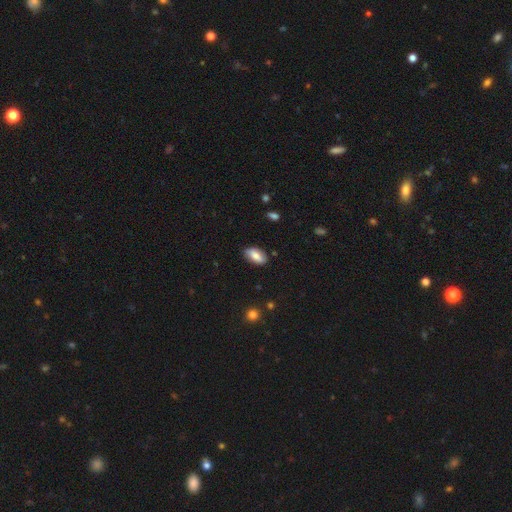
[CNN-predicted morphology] A smooth galaxy with no disk features (77%) that is in between round and cigar-shaped (92%).

Vote fractions:
- Smooth or featured? smooth: 77% / featured or disk: 16% / star or artifact: 7%
- How rounded? in between: 92% / cigar-shaped: 5% / round: 3%
- Merging? none: 81% / minor disturbance: 15% / major disturbance: 3% / merger: 1%